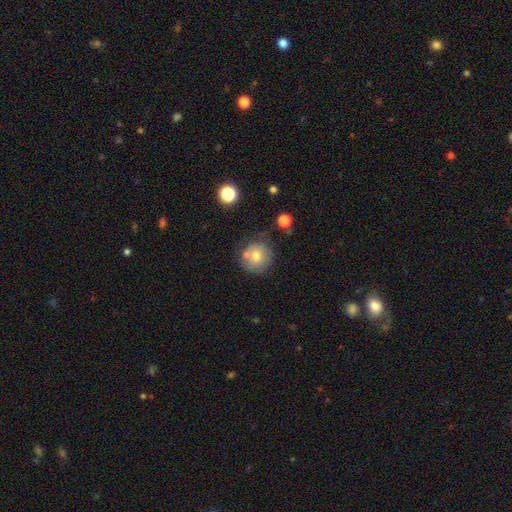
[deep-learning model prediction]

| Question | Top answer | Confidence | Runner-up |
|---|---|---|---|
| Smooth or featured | smooth | 71% | featured or disk (19%) |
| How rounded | round | 92% | in between (7%) |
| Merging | none | 66% | merger (15%) |